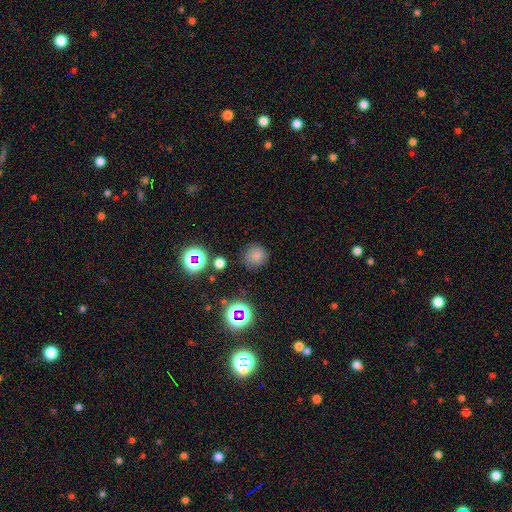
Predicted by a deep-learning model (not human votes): Smooth or featured? Predicted: smooth (p=0.73). How rounded? Predicted: round (p=0.91). Merging? Predicted: none (p=0.81).